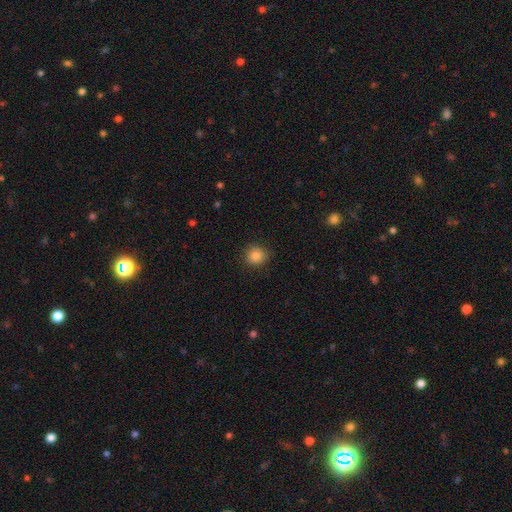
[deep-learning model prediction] Smooth or featured: smooth — 84% (star or artifact — 10%)
How rounded: round — 86% (in between — 13%)
Merging: none — 89% (minor disturbance — 8%)